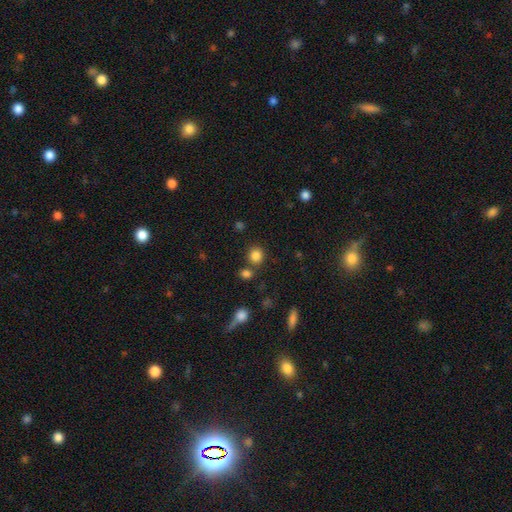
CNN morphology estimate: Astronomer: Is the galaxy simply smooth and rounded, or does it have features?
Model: smooth — 84%.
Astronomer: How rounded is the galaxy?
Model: round — 84%.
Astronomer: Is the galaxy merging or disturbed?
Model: none — 73%.